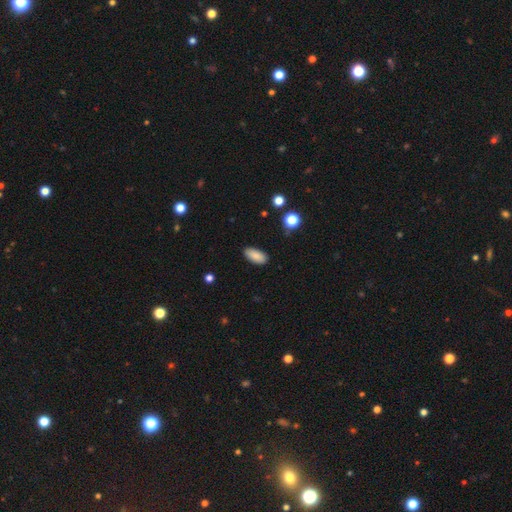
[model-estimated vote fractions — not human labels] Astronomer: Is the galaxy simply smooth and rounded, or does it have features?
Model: smooth — 88%.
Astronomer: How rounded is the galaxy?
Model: in between — 90%.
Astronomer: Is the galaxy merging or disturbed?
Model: none — 87%.